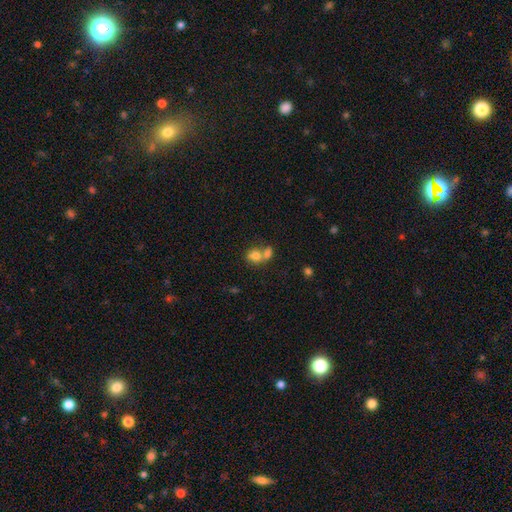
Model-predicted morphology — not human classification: Smooth or featured: smooth — 75% (featured or disk — 14%)
How rounded: in between — 51% (round — 48%)
Merging: merger — 63% (none — 25%)